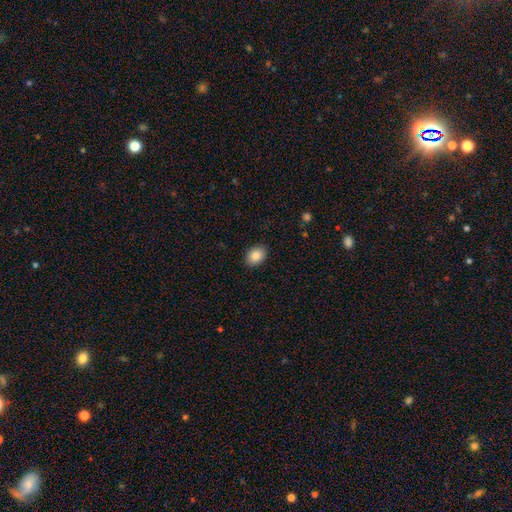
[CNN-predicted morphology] smooth 87%, star or artifact 8%, featured or disk 5%. Down the decision tree: how rounded — in between (73%); merging — none (90%).